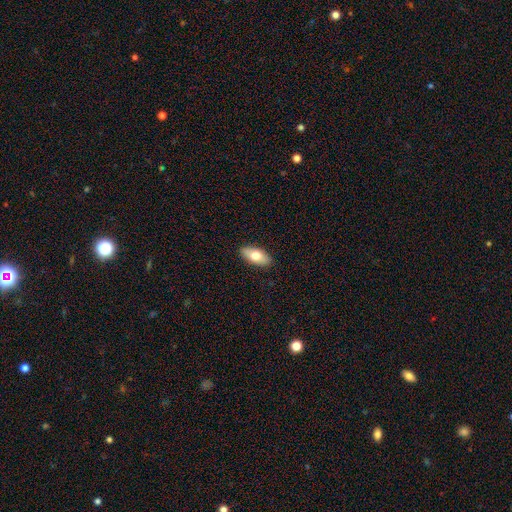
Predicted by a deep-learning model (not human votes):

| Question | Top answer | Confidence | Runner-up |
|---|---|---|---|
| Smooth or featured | smooth | 75% | featured or disk (19%) |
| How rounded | in between | 90% | cigar-shaped (7%) |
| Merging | none | 90% | minor disturbance (8%) |